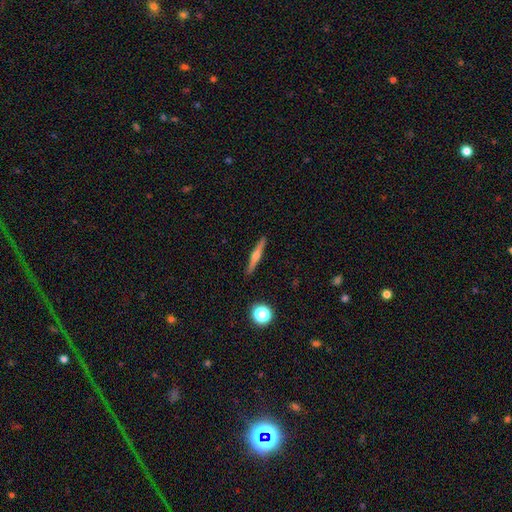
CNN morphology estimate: smooth-or-featured: featured or disk: 66% | smooth: 27% | star or artifact: 7%
  disk-edge-on: yes: 98% | no: 2%
    edge-on-bulge: rounded: 88% | none: 8% | boxy: 4%
  merging: none: 91% | minor disturbance: 6% | major disturbance: 1% | merger: 1%